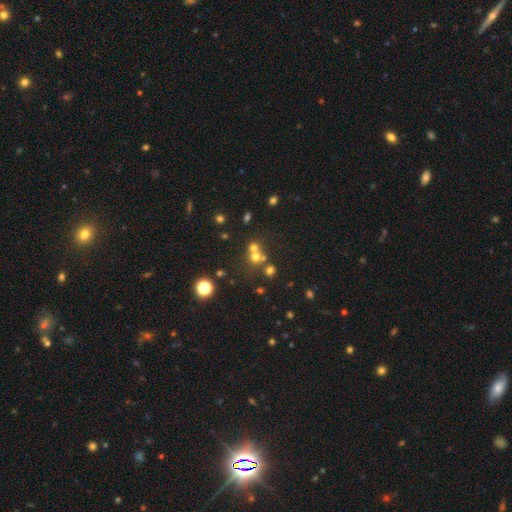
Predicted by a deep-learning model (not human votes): Overall: smooth (54%; star or artifact 30%). How rounded: round (85%). Merging: none (47%; merger 42%).